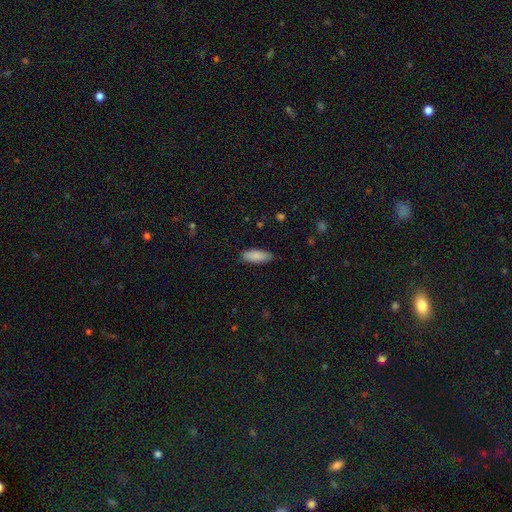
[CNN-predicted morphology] smooth_or_featured: smooth (p=0.88) [alt: star or artifact p=0.06]
how_rounded: in between (p=0.70) [alt: cigar-shaped p=0.28]
merging: none (p=0.85) [alt: minor disturbance p=0.12]